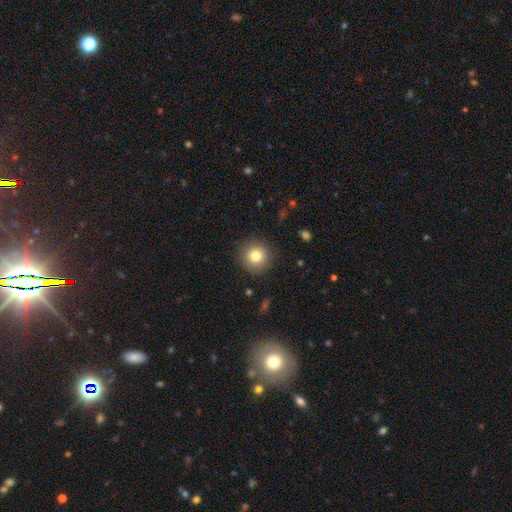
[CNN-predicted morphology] The model was most divided on "smooth or featured": smooth: 80%, star or artifact: 11%, featured or disk: 9%. More confident: how rounded — round (95%); merging — none (90%).